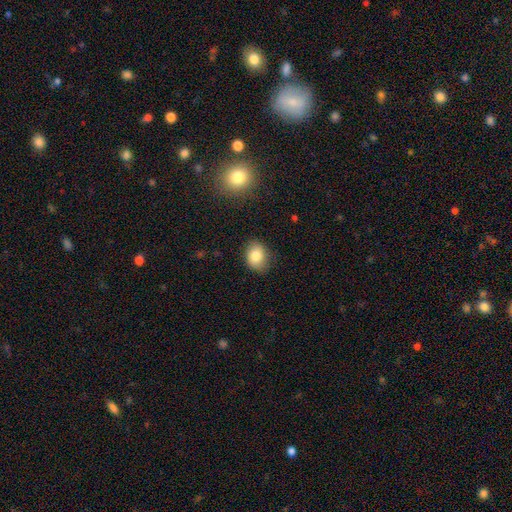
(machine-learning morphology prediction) smooth 82%, star or artifact 9%, featured or disk 9%. Down the decision tree: how rounded — in between (62%); merging — none (81%).